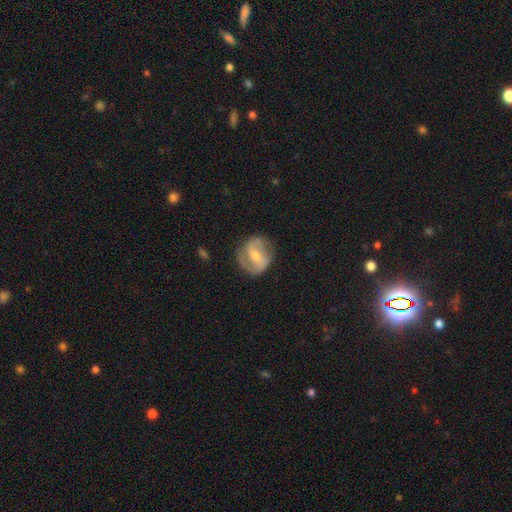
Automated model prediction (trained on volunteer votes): A featured or disk galaxy (70%) with a strong bar (40%), 2 (78%) medium (42%) spiral arms (77%) and a small central bulge (48%).

Vote fractions:
- Smooth or featured? featured or disk: 70% / smooth: 23% / star or artifact: 7%
- Edge-on disk? no: 96% / yes: 4%
- Bar? strong: 40% / weak: 38% / no: 23%
- Spiral arms? yes: 77% / no: 23%
- Spiral winding? medium: 42% / tight: 37% / loose: 21%
- Spiral arm count? 2: 78% / can't tell: 13% / 1: 4% / 3: 2% / 4: 1% / more than 4: 1%
- Bulge size? small: 48% / moderate: 47% / large: 2% / none: 1% / dominant: 1%
- Merging? none: 75% / minor disturbance: 17% / major disturbance: 7% / merger: 1%